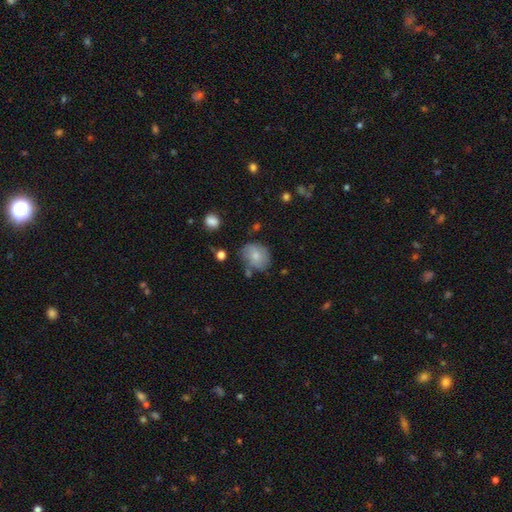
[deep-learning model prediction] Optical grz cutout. It shows a smooth galaxy with no disk features (75%) that is round (59%). Merging: none (62%).